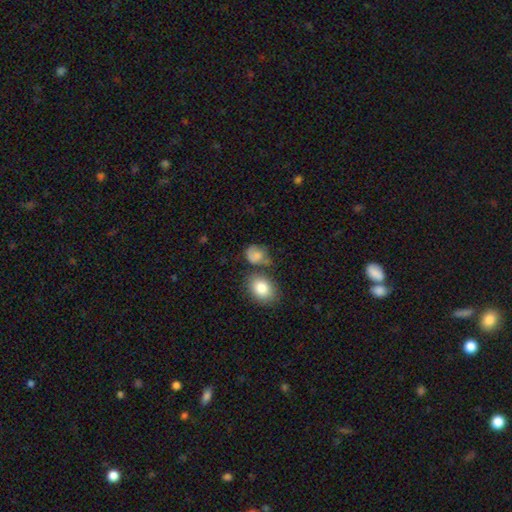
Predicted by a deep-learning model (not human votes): The model was most divided on "how rounded": round: 52%, in between: 46%, cigar-shaped: 1%. Remaining: smooth or featured — smooth (76%); merging — none (45%).